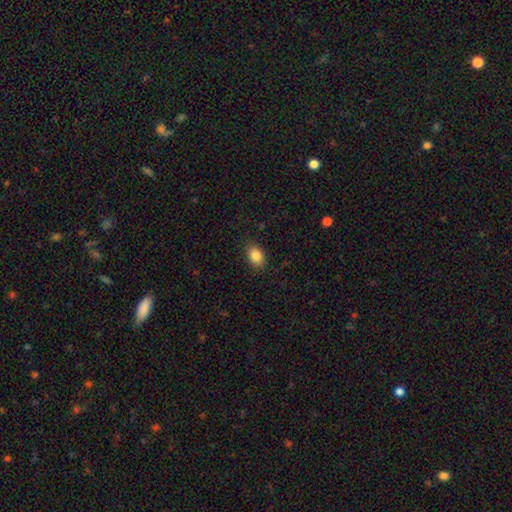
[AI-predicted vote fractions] This appears to be a smooth galaxy with no disk features (85%) that is in between round and cigar-shaped (76%). Merging: none (85%).